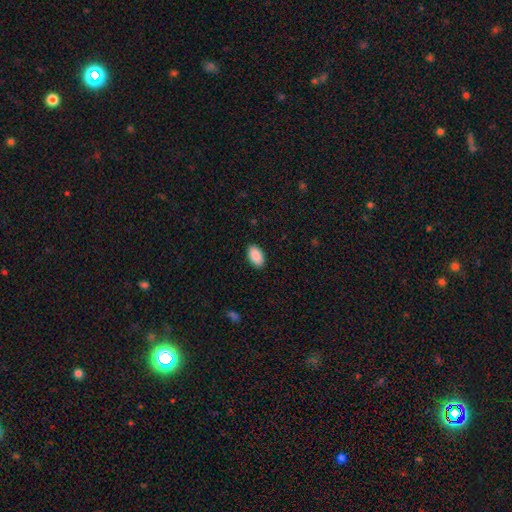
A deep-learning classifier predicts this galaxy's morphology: Q: Smooth or featured?
A: smooth (90%); runner-up: star or artifact (6%)
Q: How rounded?
A: in between (95%); runner-up: round (3%)
Q: Merging?
A: none (90%); runner-up: minor disturbance (8%)